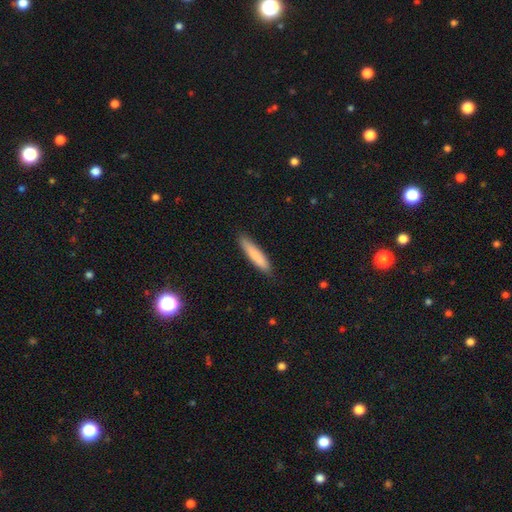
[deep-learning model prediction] A smooth galaxy with no disk features (83%) that is cigar-shaped (87%). Merging: none (87%).